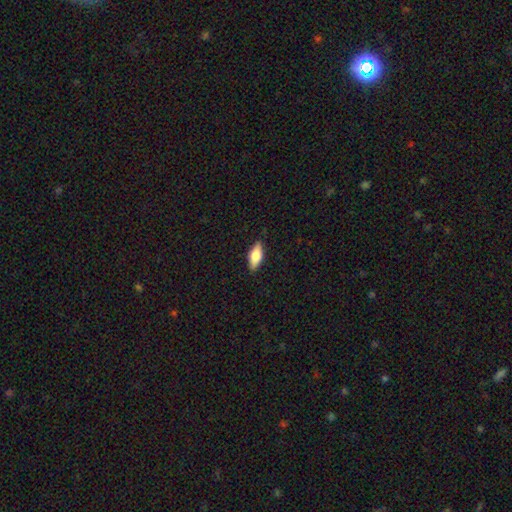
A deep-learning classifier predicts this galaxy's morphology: Q: Smooth or featured?
A: smooth (67%); runner-up: featured or disk (27%)
Q: How rounded?
A: in between (76%); runner-up: cigar-shaped (21%)
Q: Merging?
A: none (87%); runner-up: minor disturbance (10%)